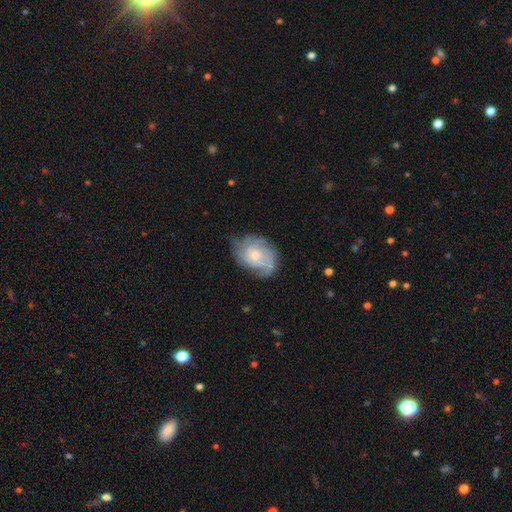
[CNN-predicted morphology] smooth-or-featured: featured or disk: 80% | smooth: 14% | star or artifact: 6%
  disk-edge-on: no: 97% | yes: 3%
    bar: no: 74% | weak: 23% | strong: 3%
    has-spiral-arms: yes: 94% | no: 6%
      spiral-winding: tight: 59% | medium: 32% | loose: 9%
      spiral-arm-count: can't tell: 34% | 3: 23% | 4: 18% | 2: 13% | more than 4: 6% | 1: 6%
    bulge-size: small: 48% | moderate: 47% | large: 2% | none: 2% | dominant: 1%
  merging: none: 69% | minor disturbance: 22% | major disturbance: 9% | merger: 1%